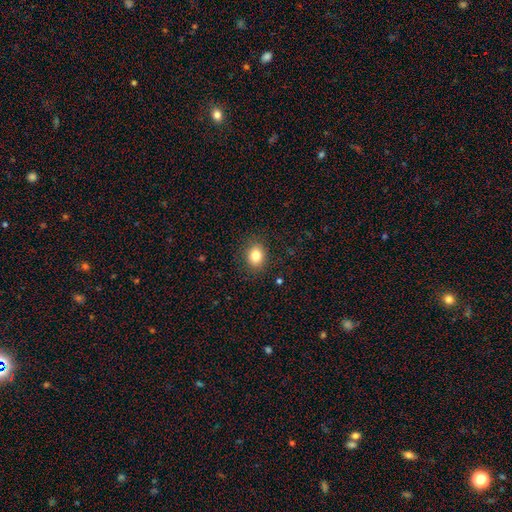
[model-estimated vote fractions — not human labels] Morphology: type=smooth (82%); roundness=round (57%); merging=none (87%).